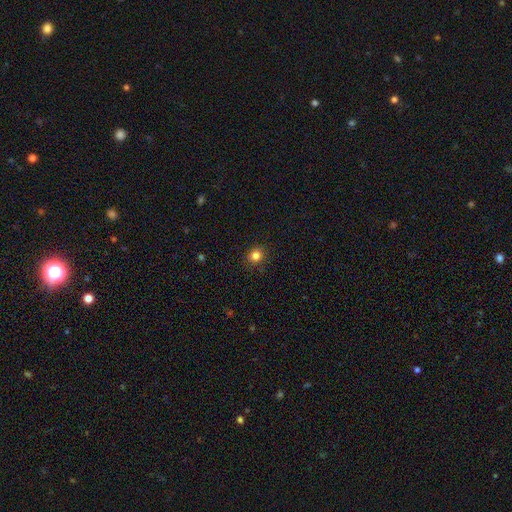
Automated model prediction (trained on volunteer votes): smooth-or-featured: smooth: 83% | star or artifact: 13% | featured or disk: 5%
  how-rounded: round: 83% | in between: 17% | cigar-shaped: 1%
  merging: none: 89% | minor disturbance: 8% | major disturbance: 2% | merger: 1%